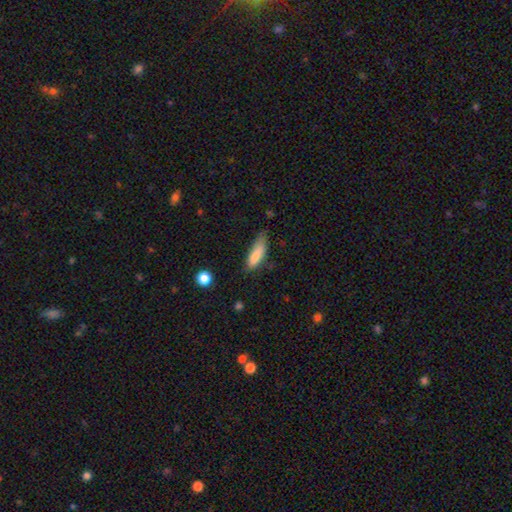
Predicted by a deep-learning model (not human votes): This is clearly a smooth galaxy (82%). How rounded: possibly in between (51%). Merging: possibly none (52%).